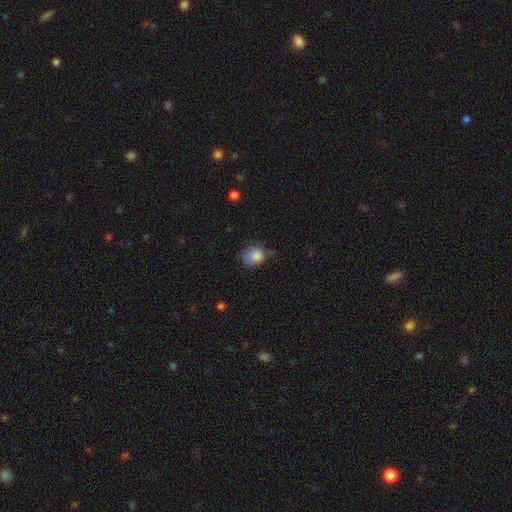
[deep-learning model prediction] A smooth galaxy with no disk features (84%) that is round (64%).

Vote fractions:
- Smooth or featured? smooth: 84% / star or artifact: 9% / featured or disk: 6%
- How rounded? round: 64% / in between: 35% / cigar-shaped: 1%
- Merging? none: 52% / minor disturbance: 34% / major disturbance: 11% / merger: 2%